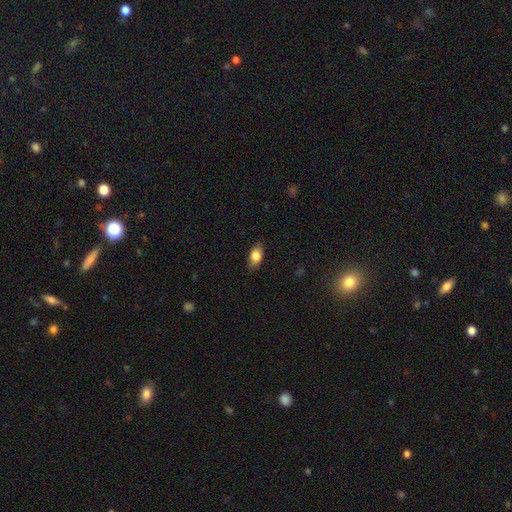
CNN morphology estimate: Smooth or featured? Predicted: smooth (p=0.81). How rounded? Predicted: in between (p=0.86). Merging? Predicted: none (p=0.82).